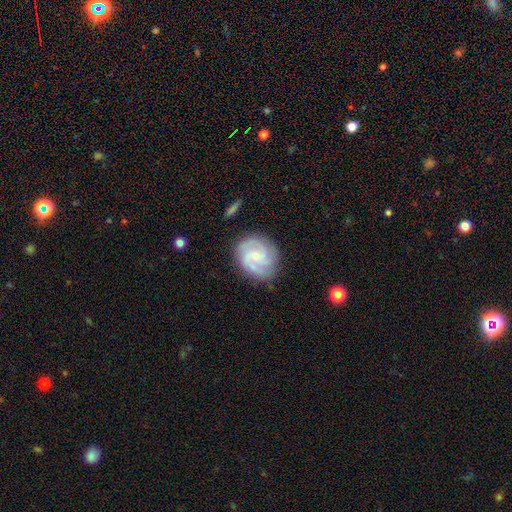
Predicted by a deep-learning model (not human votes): This appears to be a featured or disk galaxy (76%) with no bar (58%), 3 (39%) tight (44%) spiral arms (95%) and a small central bulge (72%). Merging: none (79%).